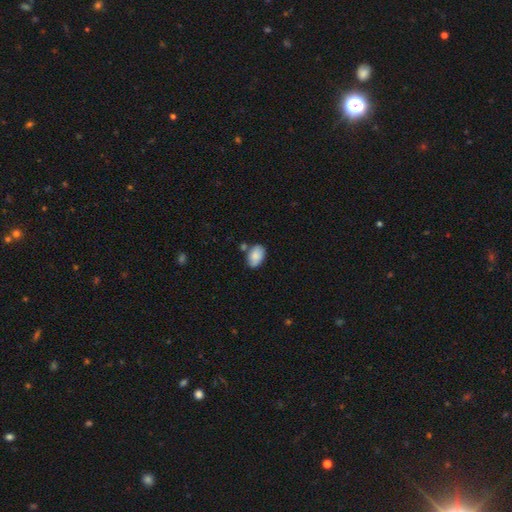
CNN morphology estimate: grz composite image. It shows a smooth galaxy with no disk features (81%) that is in between round and cigar-shaped (89%). Merging: none (63%).